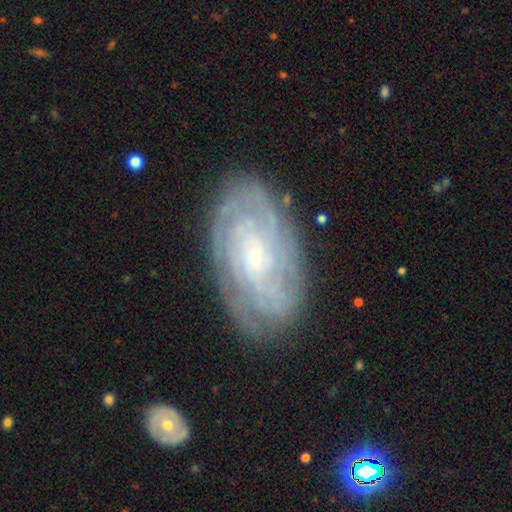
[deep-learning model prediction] This appears to be a featured or disk galaxy (82%) with no bar (68%), tight (78%) spiral arms (94%) and a small central bulge (84%). Merging: none (80%).